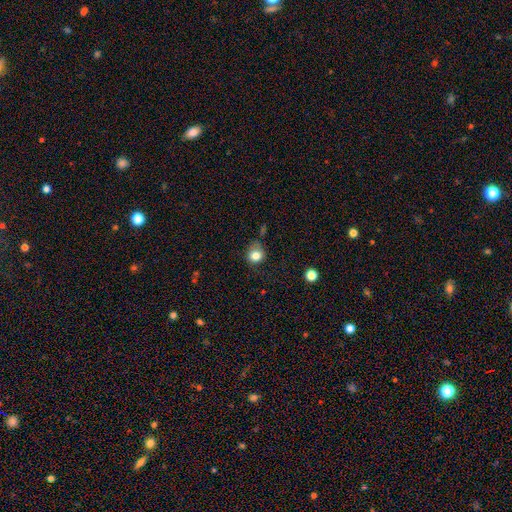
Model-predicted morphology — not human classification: This appears to be a smooth galaxy with no disk features (81%) that is round (79%). Merging: none (56%).